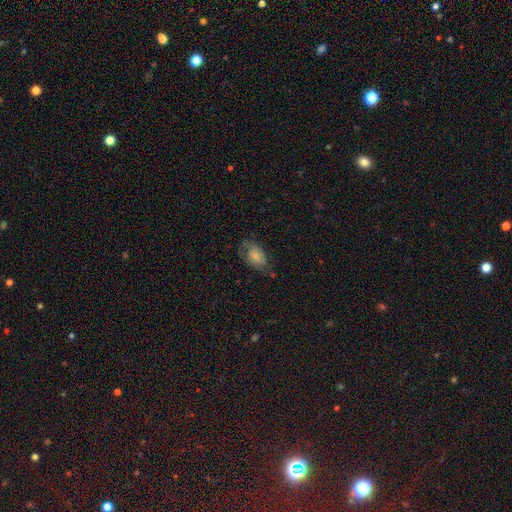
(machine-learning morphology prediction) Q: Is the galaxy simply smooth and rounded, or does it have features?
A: smooth — 58%.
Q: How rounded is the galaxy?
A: in between — 87%.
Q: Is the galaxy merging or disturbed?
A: none — 49%.